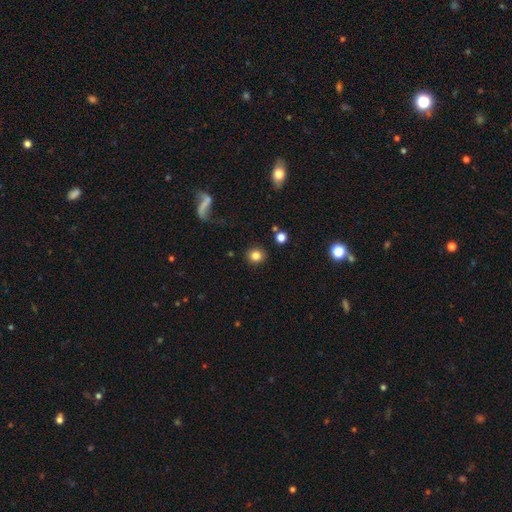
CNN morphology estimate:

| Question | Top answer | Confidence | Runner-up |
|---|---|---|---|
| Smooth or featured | smooth | 82% | star or artifact (11%) |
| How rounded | round | 89% | in between (9%) |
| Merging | none | 89% | minor disturbance (6%) |